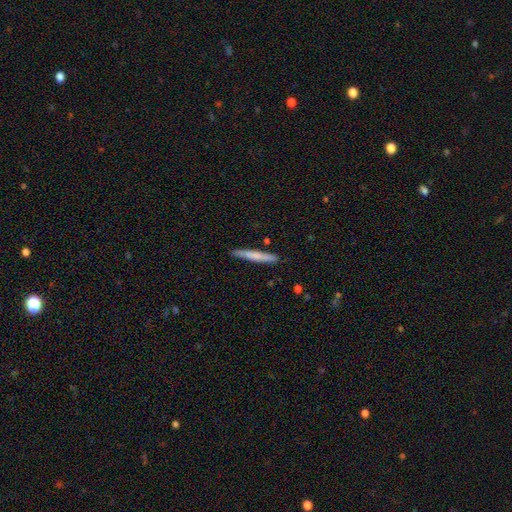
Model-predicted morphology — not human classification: Smooth or featured?
  - smooth: 63% *
  - featured or disk: 31%
  - star or artifact: 6%
How rounded?
  - cigar-shaped: 95% *
  - in between: 3%
  - round: 1%
Merging?
  - none: 85% *
  - minor disturbance: 11%
  - major disturbance: 2%
  - merger: 2%